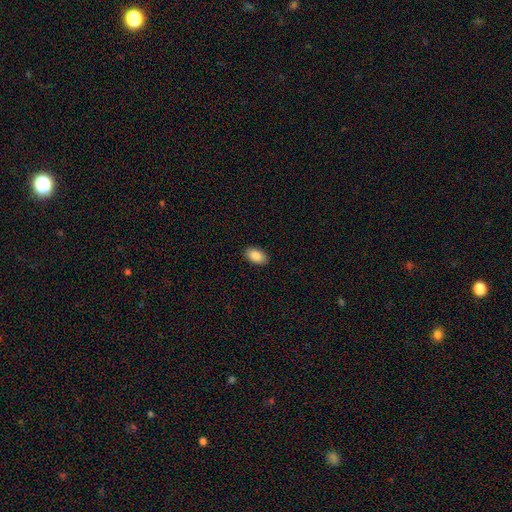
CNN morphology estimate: A smooth galaxy with no disk features (88%) that is in between round and cigar-shaped (93%). Merging: none (89%).